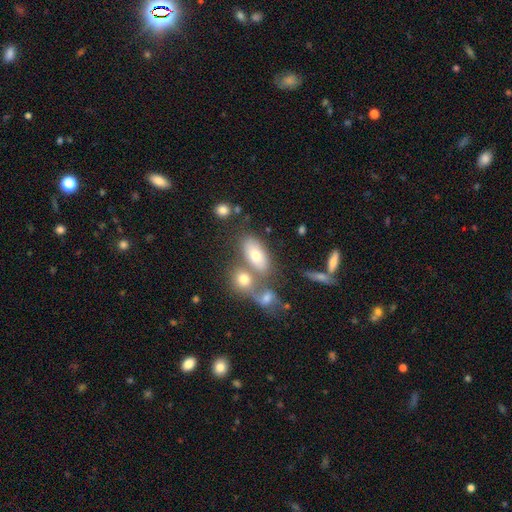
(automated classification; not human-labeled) smooth_or_featured: smooth (p=0.67) [alt: featured or disk p=0.23]
how_rounded: in between (p=0.86) [alt: round p=0.09]
merging: none (p=0.45) [alt: merger p=0.36]